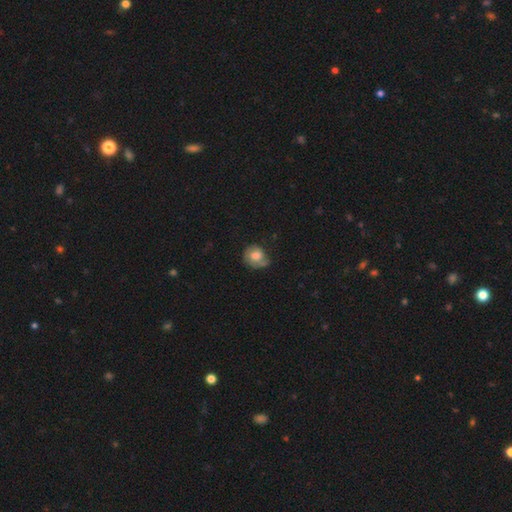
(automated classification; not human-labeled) smooth-or-featured: smooth: 62% | featured or disk: 30% | star or artifact: 7%
  how-rounded: round: 72% | in between: 27% | cigar-shaped: 1%
  merging: none: 48% | minor disturbance: 34% | major disturbance: 15% | merger: 3%